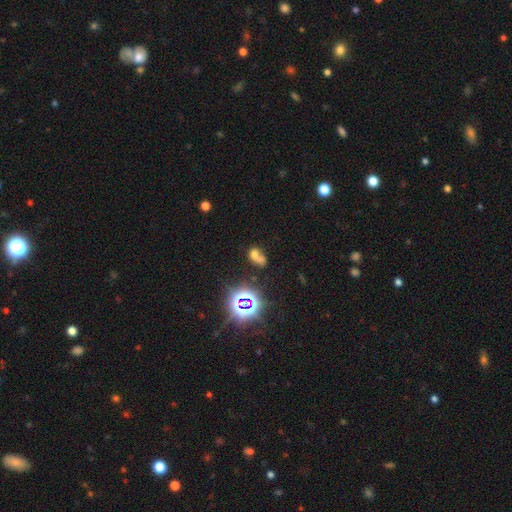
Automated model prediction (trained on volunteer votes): Smooth or featured? smooth (50%)
How rounded? in between (64%)
Merging? merger (48%)